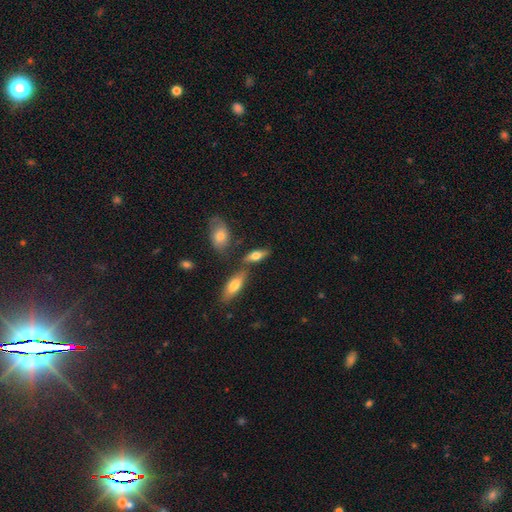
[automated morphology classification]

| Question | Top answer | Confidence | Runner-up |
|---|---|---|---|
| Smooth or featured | smooth | 58% | featured or disk (34%) |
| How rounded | in between | 67% | cigar-shaped (28%) |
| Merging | none | 64% | merger (17%) |